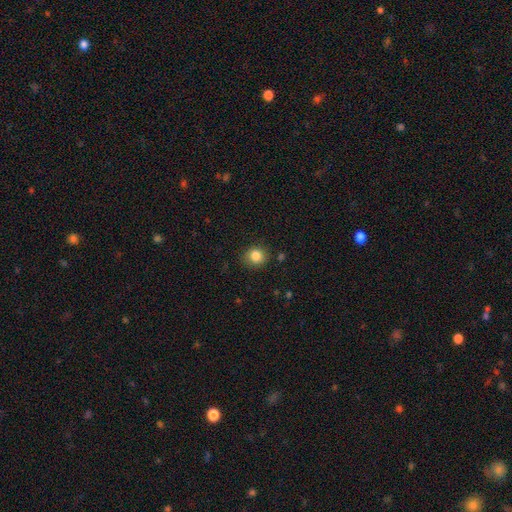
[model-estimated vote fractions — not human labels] A smooth galaxy with no disk features (84%) that is round (80%). Merging: none (84%).